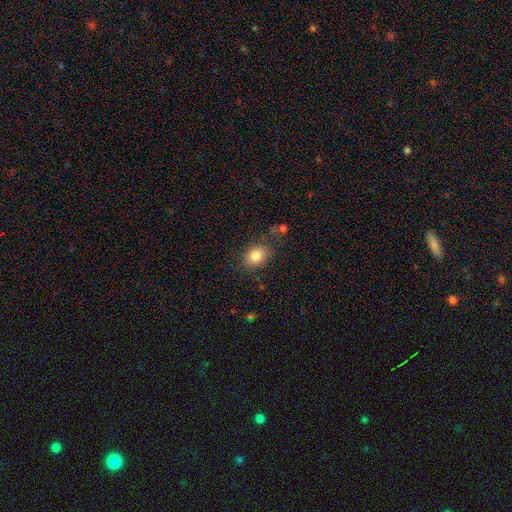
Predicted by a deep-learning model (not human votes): Smooth or featured? Predicted: smooth (p=0.82). How rounded? Predicted: in between (p=0.66). Merging? Predicted: none (p=0.78).